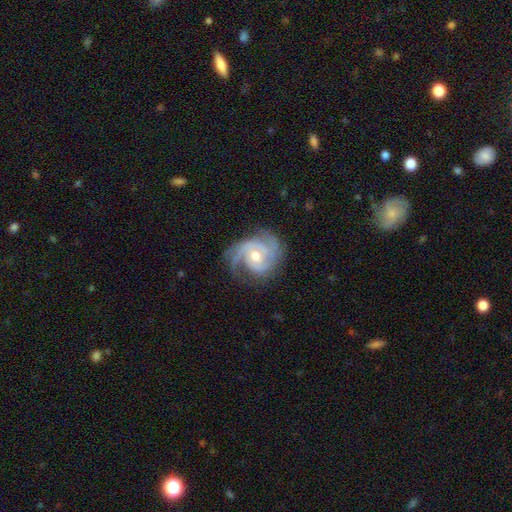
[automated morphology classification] Smooth or featured? featured or disk (89%)
Edge-on disk? no (98%)
Bar? no (62%)
Spiral arms? yes (98%)
Spiral winding? tight (49%)
Spiral arm count? 2 (39%)
Bulge size? moderate (65%)
Merging? none (66%)